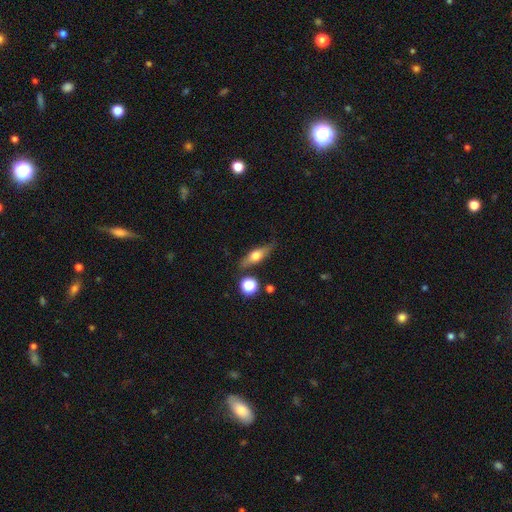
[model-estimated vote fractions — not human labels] Smooth or featured? featured or disk (47%)
Merging? none (78%)